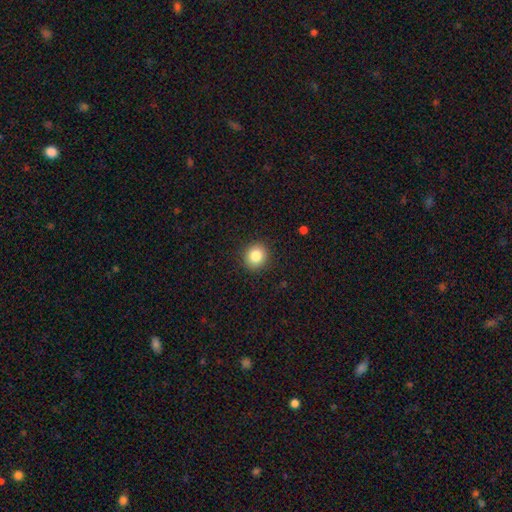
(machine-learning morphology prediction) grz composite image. It shows a smooth galaxy with no disk features (84%) that is round (81%). Merging: none (90%).